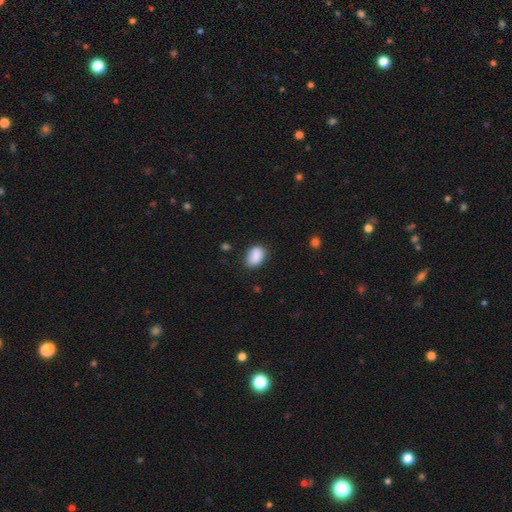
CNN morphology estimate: The model was most divided on "merging": none: 76%, minor disturbance: 18%, major disturbance: 4%, merger: 2%. More confident: smooth or featured — smooth (88%); how rounded — in between (81%).